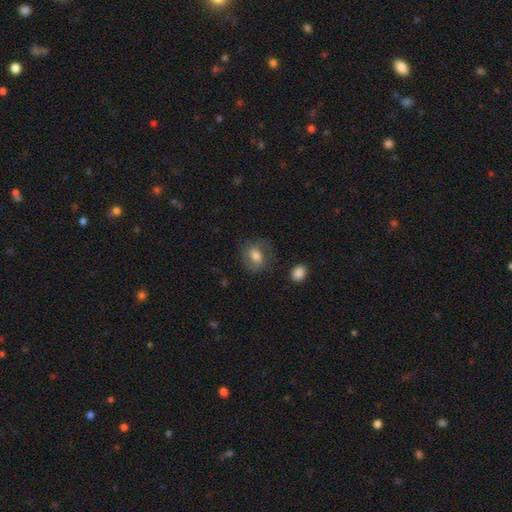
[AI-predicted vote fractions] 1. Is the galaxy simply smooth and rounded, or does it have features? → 63% smooth, 28% featured or disk, 9% star or artifact.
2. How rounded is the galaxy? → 57% in between, 41% round, 2% cigar-shaped.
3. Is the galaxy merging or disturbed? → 66% none, 20% minor disturbance, 11% major disturbance, 2% merger.